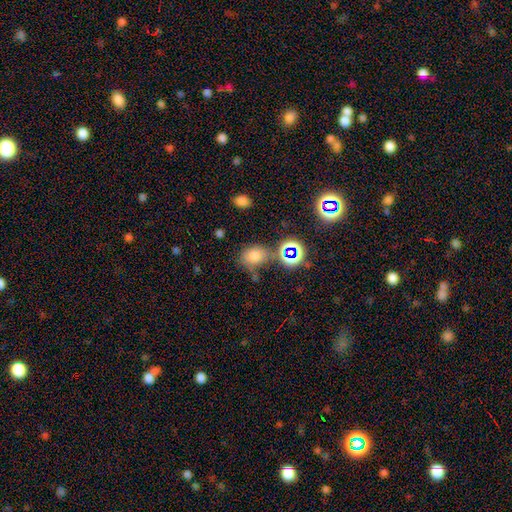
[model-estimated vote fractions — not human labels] smooth 69%, star or artifact 22%, featured or disk 9%. Down the decision tree: how rounded — in between (59%); merging — none (62%).